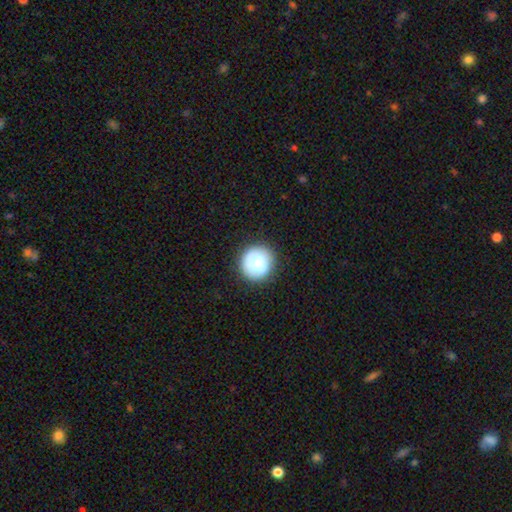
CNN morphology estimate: Smooth or featured? Predicted: smooth (p=0.76). How rounded? Predicted: round (p=0.93). Merging? Predicted: none (p=0.87).